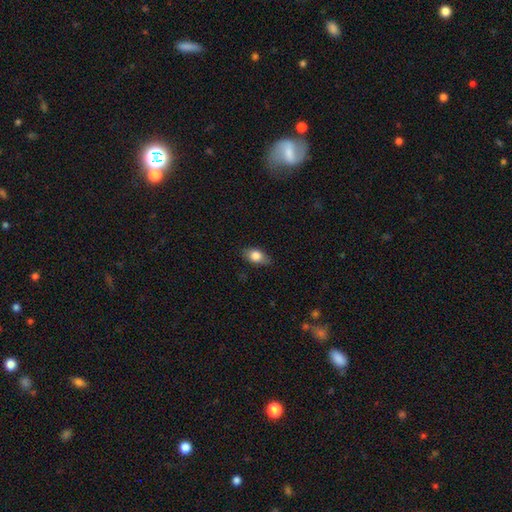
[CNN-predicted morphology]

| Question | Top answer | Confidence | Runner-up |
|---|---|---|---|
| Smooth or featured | smooth | 80% | featured or disk (13%) |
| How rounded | in between | 84% | round (11%) |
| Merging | none | 81% | minor disturbance (15%) |